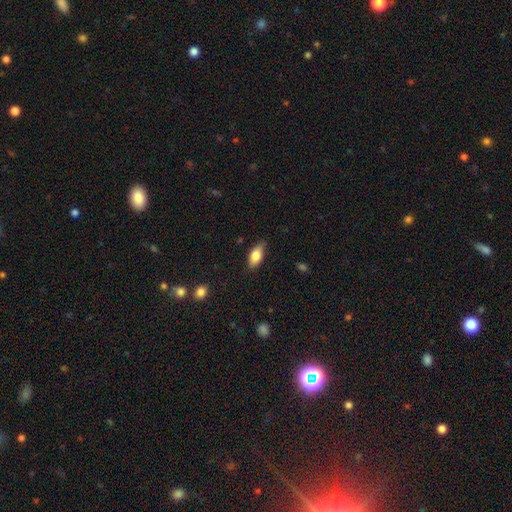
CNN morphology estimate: smooth 80%, featured or disk 13%, star or artifact 7%. Down the decision tree: how rounded — in between (87%); merging — none (78%).